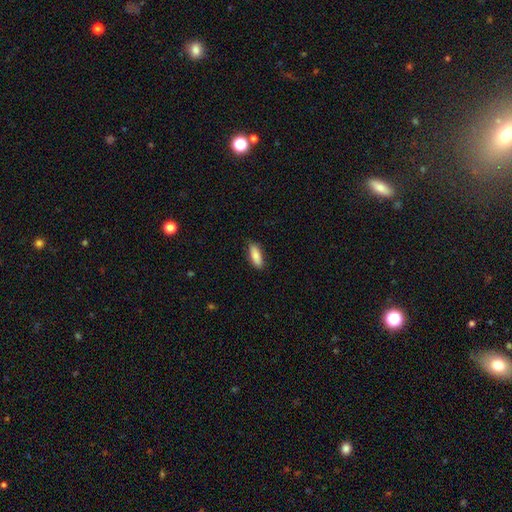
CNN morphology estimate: type=smooth (85%); roundness=in between (68%); merging=none (85%).